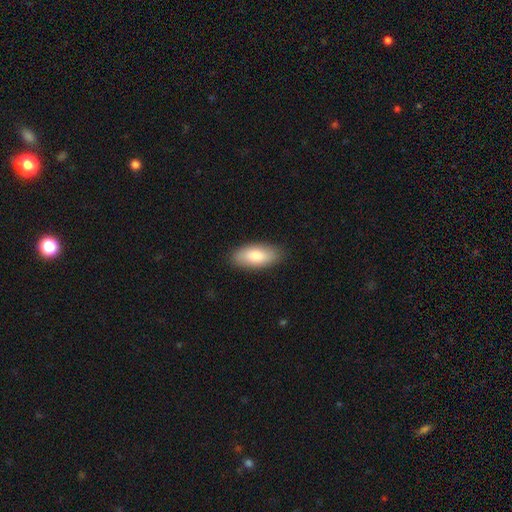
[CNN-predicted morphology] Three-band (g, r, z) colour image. It shows a smooth galaxy with no disk features (80%) that is in between round and cigar-shaped (88%). Merging: none (87%).